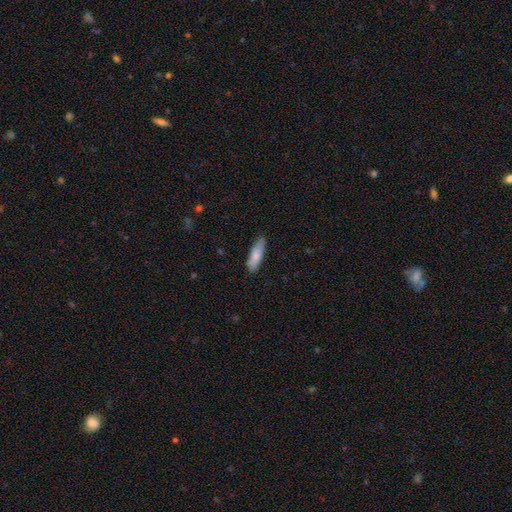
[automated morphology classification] A smooth galaxy with no disk features (80%) that is cigar-shaped (57%). Merging: none (83%).